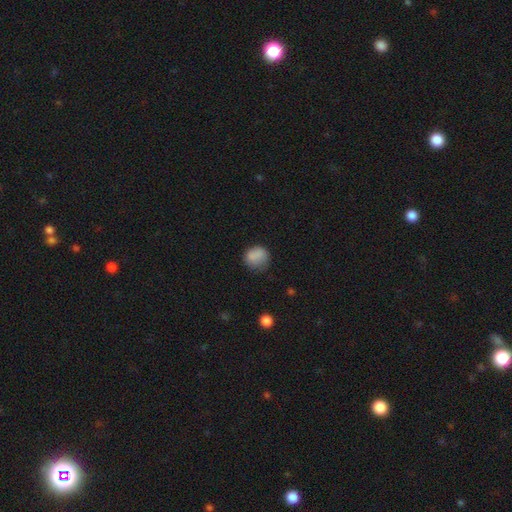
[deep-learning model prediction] The model was most divided on "merging": none: 65%, minor disturbance: 25%, major disturbance: 8%, merger: 2%. More confident: smooth or featured — smooth (84%); how rounded — round (78%).